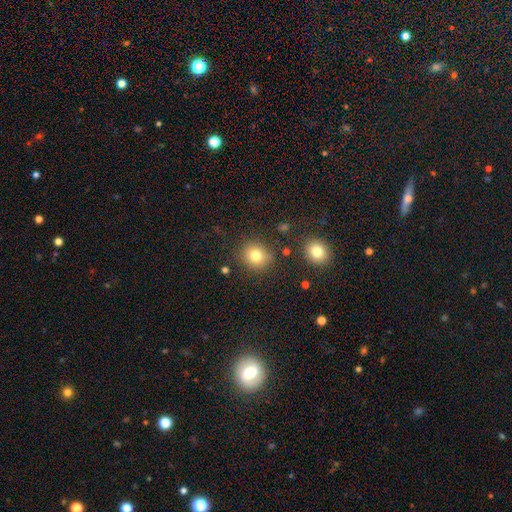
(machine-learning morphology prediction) Smooth or featured? smooth (80%)
How rounded? round (84%)
Merging? none (84%)